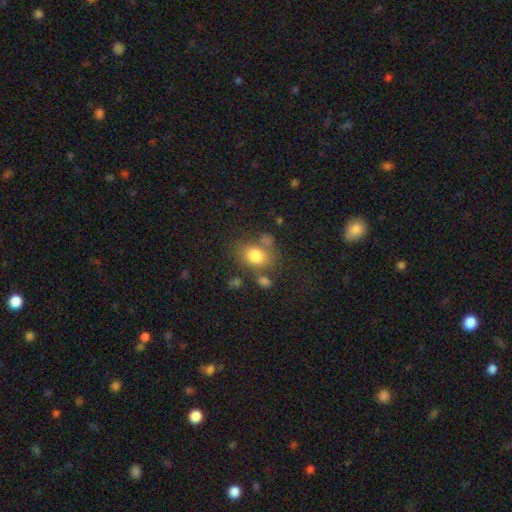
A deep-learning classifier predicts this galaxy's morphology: Smooth or featured? Predicted: smooth (p=0.77). How rounded? Predicted: in between (p=0.62). Merging? Predicted: none (p=0.55).